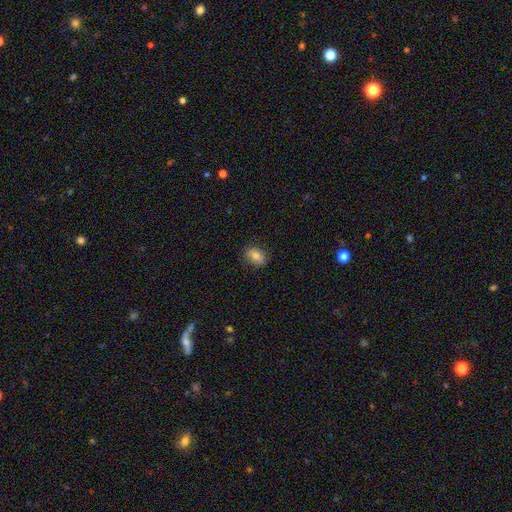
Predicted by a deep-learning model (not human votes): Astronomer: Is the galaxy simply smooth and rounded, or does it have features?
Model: smooth — 77%.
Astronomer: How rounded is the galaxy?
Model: in between — 66%.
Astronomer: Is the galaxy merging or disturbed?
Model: none — 85%.